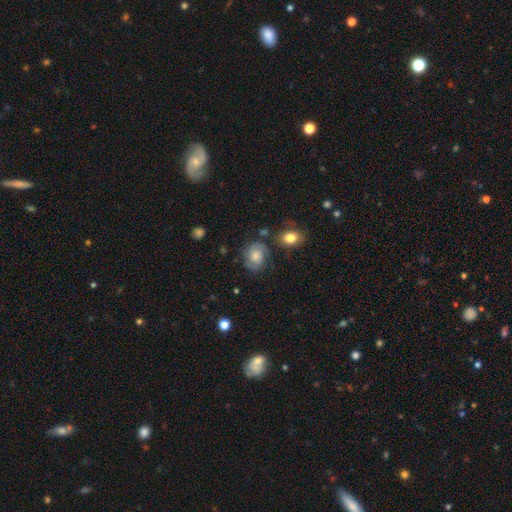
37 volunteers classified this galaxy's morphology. Smooth or featured? featured or disk (49%)
Edge-on disk? no (100%)
Bar? no (67%)
Spiral arms? yes (89%)
Spiral winding? tight (75%)
Spiral arm count? 2 (88%)
Bulge size? small (50%)
Merging? none (60%)